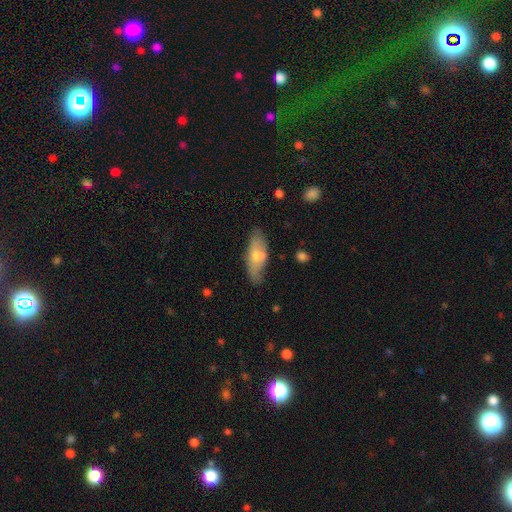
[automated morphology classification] Smooth or featured? smooth (58%)
How rounded? in between (64%)
Merging? none (65%)